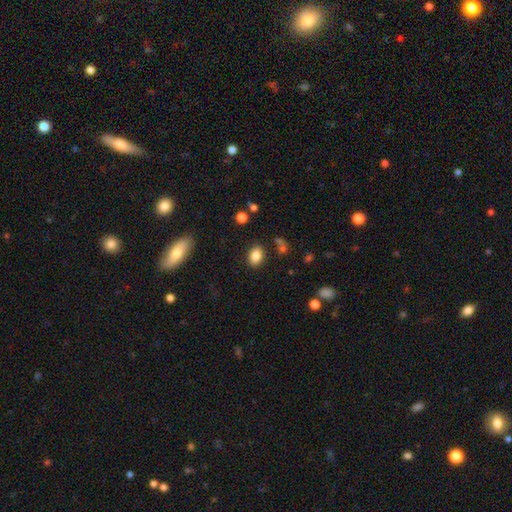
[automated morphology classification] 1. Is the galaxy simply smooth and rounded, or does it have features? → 83% smooth, 10% star or artifact, 7% featured or disk.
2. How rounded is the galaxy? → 82% in between, 17% round, 1% cigar-shaped.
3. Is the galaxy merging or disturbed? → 84% none, 10% minor disturbance, 3% merger, 3% major disturbance.